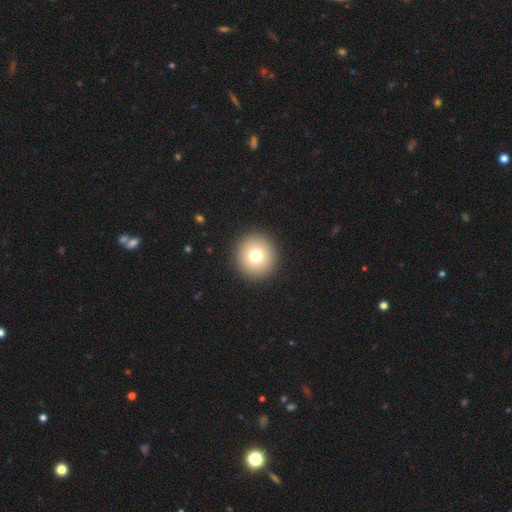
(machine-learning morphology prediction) type=smooth (74%); roundness=round (95%); merging=none (93%).